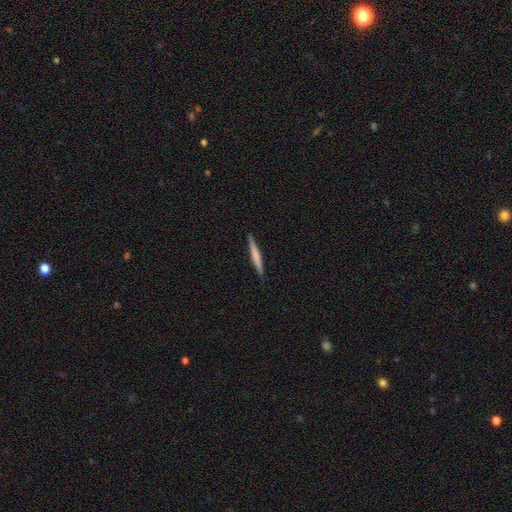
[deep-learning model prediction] Morphology: type=smooth (56%); roundness=cigar-shaped (96%); merging=none (91%).